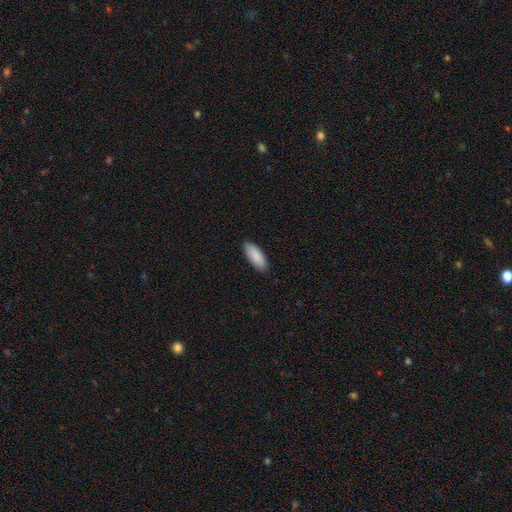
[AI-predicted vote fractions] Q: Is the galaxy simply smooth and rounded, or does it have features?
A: smooth — 89%.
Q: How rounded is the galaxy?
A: in between — 75%.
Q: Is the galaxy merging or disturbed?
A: none — 88%.